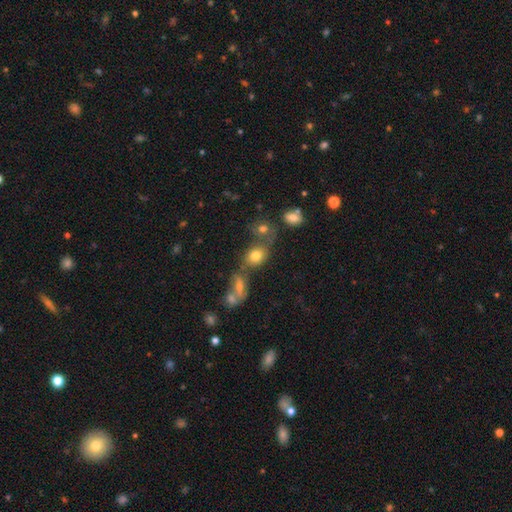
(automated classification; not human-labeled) smooth_or_featured: smooth (p=0.75) [alt: star or artifact p=0.13]
how_rounded: in between (p=0.53) [alt: round p=0.45]
merging: none (p=0.48) [alt: merger p=0.30]